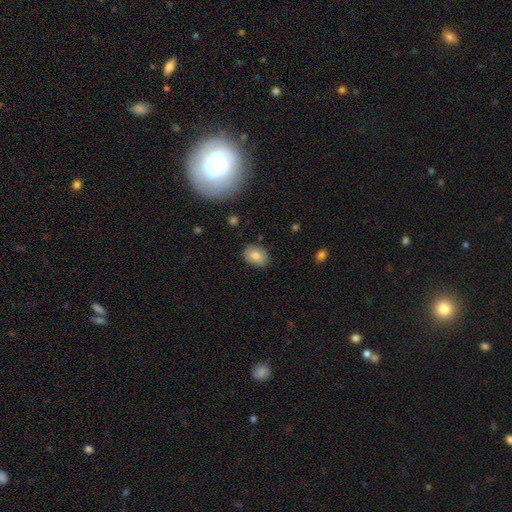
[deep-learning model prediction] Morphology: type=smooth (82%); roundness=in between (74%); merging=none (85%).